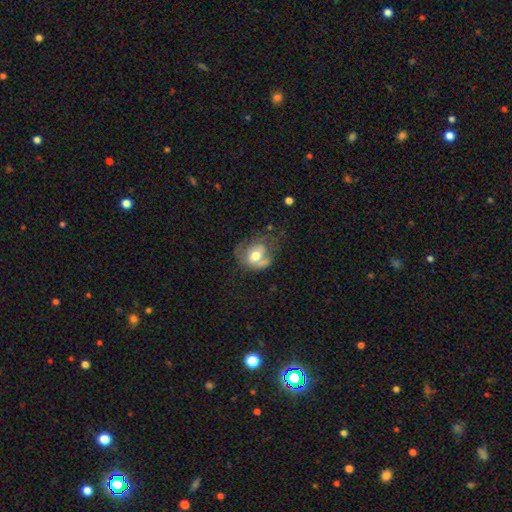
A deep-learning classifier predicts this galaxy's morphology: The model was most divided on "merging": none: 33%, major disturbance: 32%, minor disturbance: 27%, merger: 8%. Remaining: smooth or featured — smooth (46%).